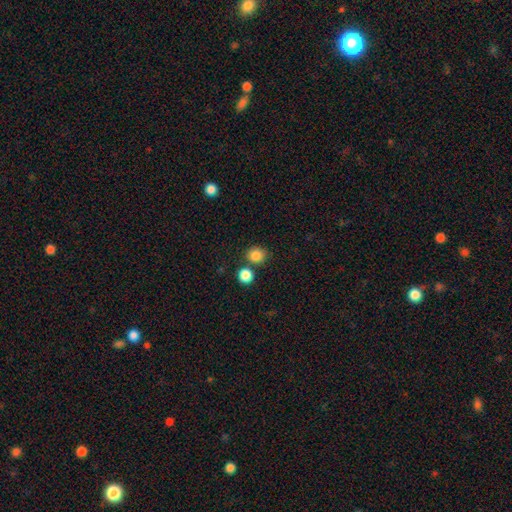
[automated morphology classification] Q: Smooth or featured?
A: smooth (84%); runner-up: star or artifact (11%)
Q: How rounded?
A: round (83%); runner-up: in between (16%)
Q: Merging?
A: none (74%); runner-up: merger (15%)